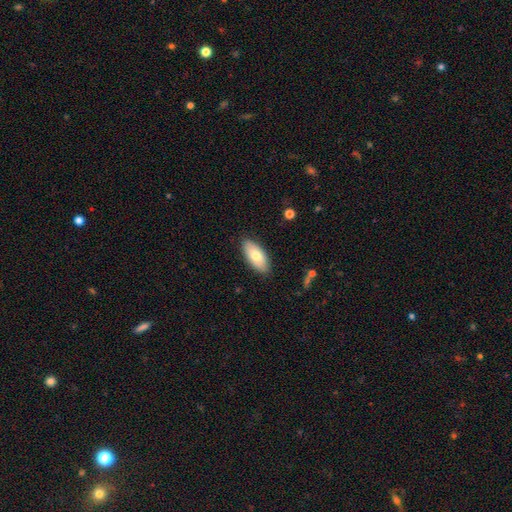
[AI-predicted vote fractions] smooth 75%, featured or disk 19%, star or artifact 6%. Down the decision tree: how rounded — in between (90%); merging — none (87%).